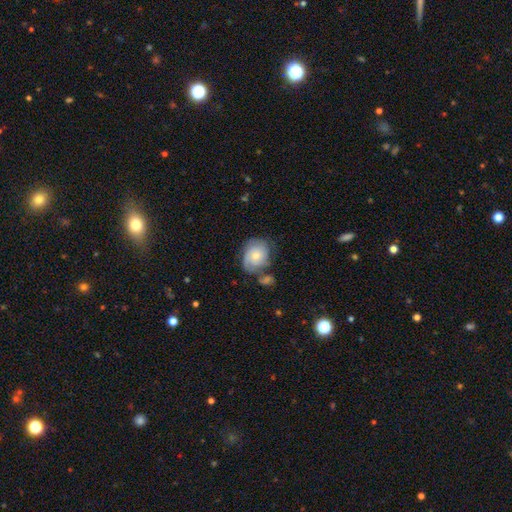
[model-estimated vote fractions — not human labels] This appears to be a featured or disk galaxy (51%). Merging: none (50%).